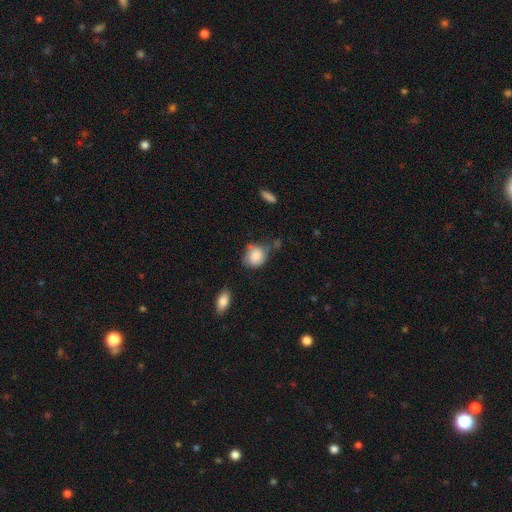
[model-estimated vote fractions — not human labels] This appears to be a smooth galaxy with no disk features (81%) that is round (67%). Merging: none (49%).